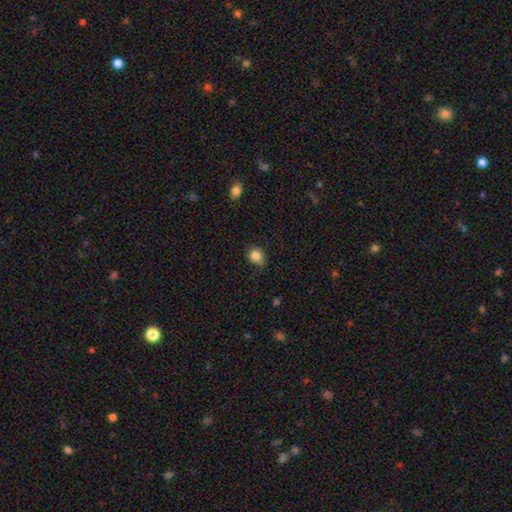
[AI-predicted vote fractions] The model was most divided on "merging": none: 65%, minor disturbance: 28%, major disturbance: 5%, merger: 2%. More confident: smooth or featured — smooth (85%); how rounded — round (72%).